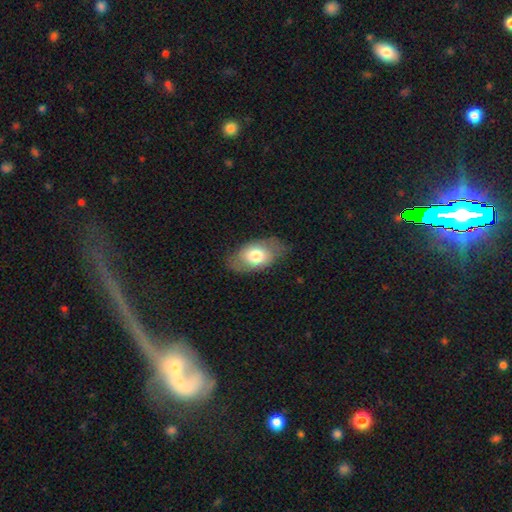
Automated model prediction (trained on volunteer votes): A smooth galaxy with no disk features (68%) that is in between round and cigar-shaped (89%).

Vote fractions:
- Smooth or featured? smooth: 68% / featured or disk: 25% / star or artifact: 7%
- How rounded? in between: 89% / round: 9% / cigar-shaped: 2%
- Merging? none: 71% / minor disturbance: 21% / major disturbance: 7% / merger: 1%